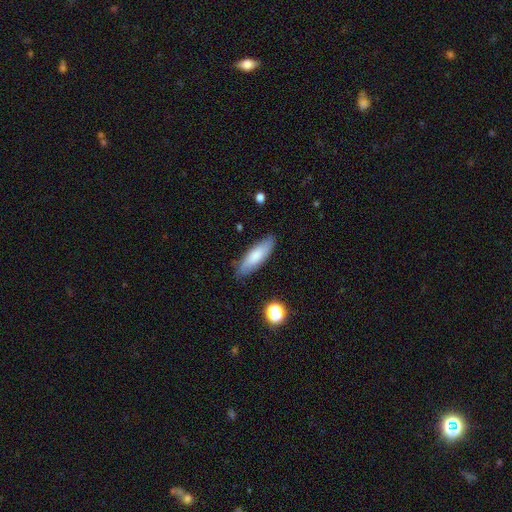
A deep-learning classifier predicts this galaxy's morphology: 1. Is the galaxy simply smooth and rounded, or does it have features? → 79% smooth, 15% featured or disk, 6% star or artifact.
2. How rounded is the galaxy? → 50% cigar-shaped, 48% in between, 2% round.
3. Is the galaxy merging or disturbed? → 84% none, 12% minor disturbance, 2% major disturbance, 1% merger.